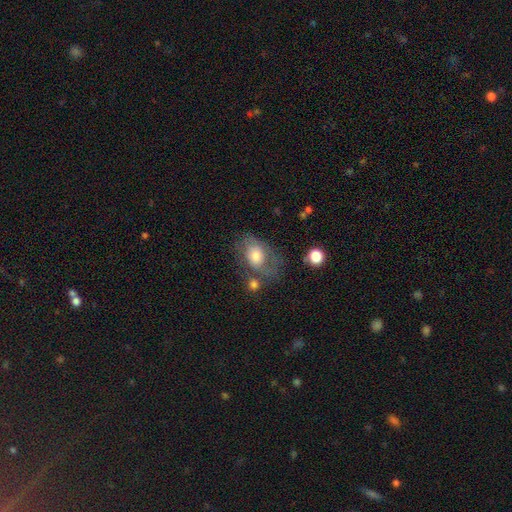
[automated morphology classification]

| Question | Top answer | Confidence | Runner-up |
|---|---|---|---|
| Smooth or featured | smooth | 60% | featured or disk (31%) |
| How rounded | in between | 72% | round (27%) |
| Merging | none | 39% | minor disturbance (25%) |